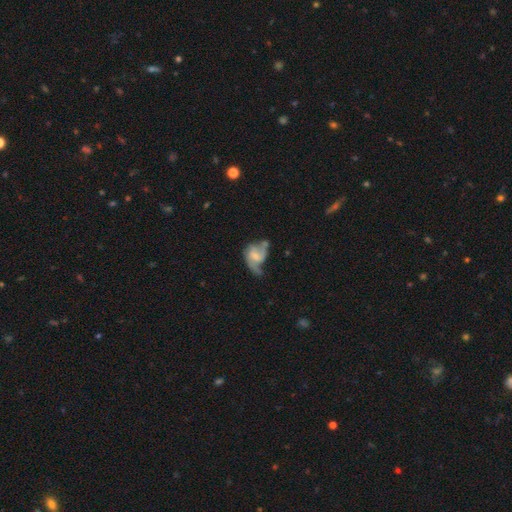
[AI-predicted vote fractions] Q: Smooth or featured?
A: featured or disk (66%); runner-up: smooth (26%)
Q: Edge-on disk?
A: no (97%); runner-up: yes (3%)
Q: Bar?
A: no (47%); runner-up: weak (41%)
Q: Spiral arms?
A: yes (82%); runner-up: no (18%)
Q: Spiral winding?
A: loose (48%); runner-up: medium (38%)
Q: Spiral arm count?
A: 2 (62%); runner-up: 1 (18%)
Q: Bulge size?
A: small (35%); runner-up: none (32%)
Q: Merging?
A: major disturbance (35%); runner-up: none (30%)